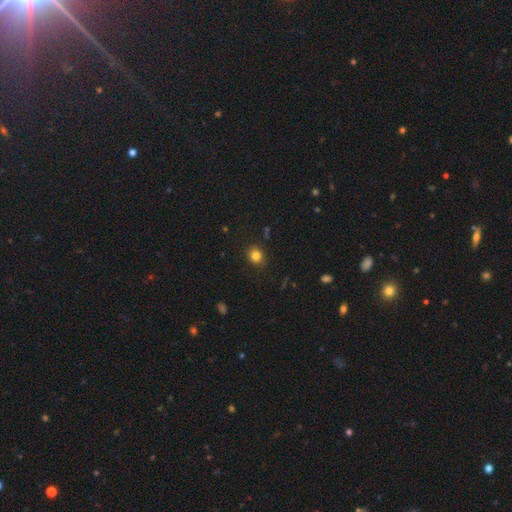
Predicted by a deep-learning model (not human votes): The model was most divided on "how rounded": round: 72%, in between: 27%, cigar-shaped: 1%. More confident: merging — none (86%); smooth or featured — smooth (81%).